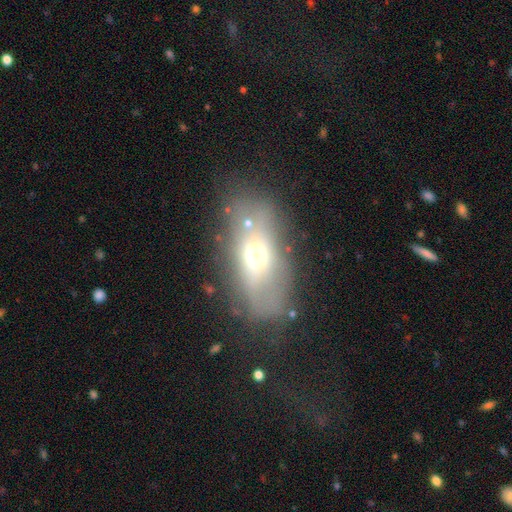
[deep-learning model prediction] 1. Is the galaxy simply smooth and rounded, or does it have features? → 49% smooth, 39% featured or disk, 12% star or artifact.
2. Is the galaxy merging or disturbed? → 59% none, 22% minor disturbance, 13% major disturbance, 6% merger.